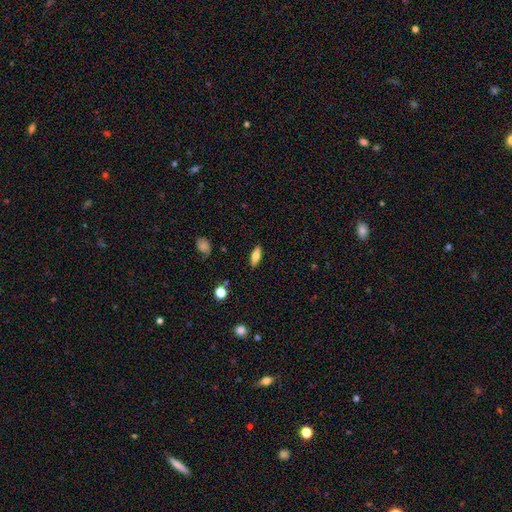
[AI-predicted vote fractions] This is likely a smooth galaxy (65%). How rounded: likely in between (66%). Merging: clearly none (86%).